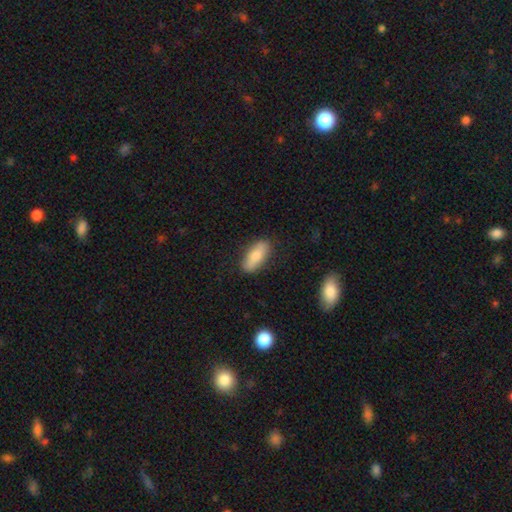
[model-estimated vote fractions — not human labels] Smooth or featured?
  - smooth: 75% *
  - featured or disk: 19%
  - star or artifact: 6%
How rounded?
  - in between: 77% *
  - cigar-shaped: 21%
  - round: 3%
Merging?
  - none: 86% *
  - minor disturbance: 10%
  - major disturbance: 2%
  - merger: 2%